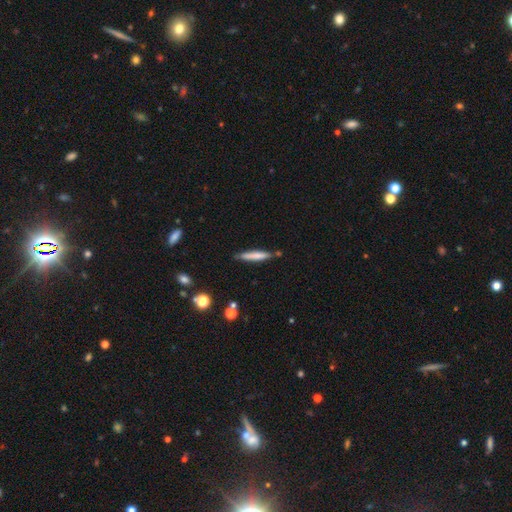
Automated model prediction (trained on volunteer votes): This appears to be a smooth galaxy with no disk features (67%) that is cigar-shaped (92%). Merging: none (79%).